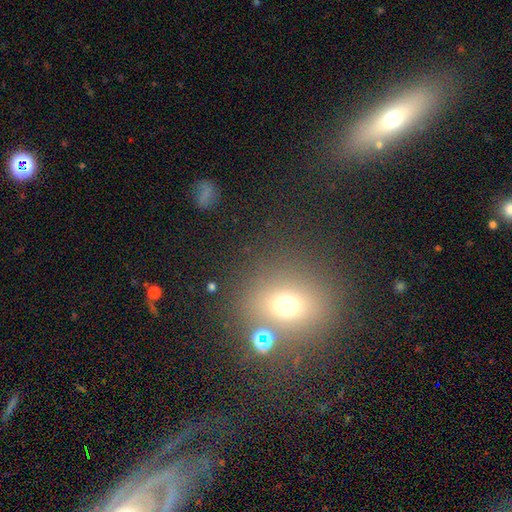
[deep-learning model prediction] Smooth or featured: smooth — 54% (featured or disk — 24%)
How rounded: round — 61% (in between — 35%)
Merging: none — 71% (minor disturbance — 12%)